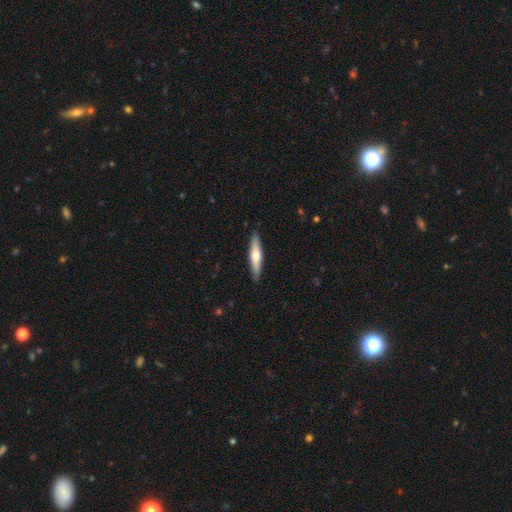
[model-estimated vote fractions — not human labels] Smooth or featured? Predicted: smooth (p=0.51). How rounded? Predicted: cigar-shaped (p=0.83). Merging? Predicted: none (p=0.89).